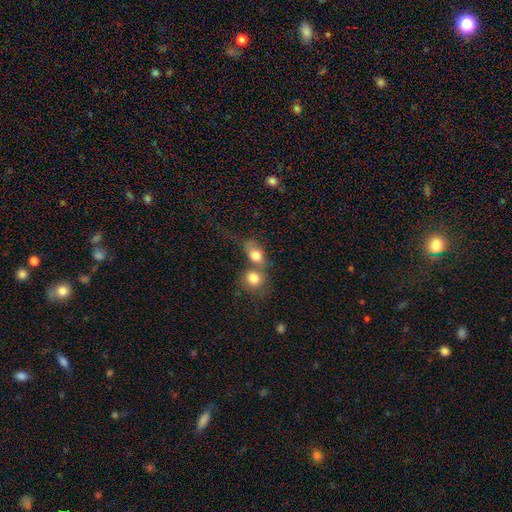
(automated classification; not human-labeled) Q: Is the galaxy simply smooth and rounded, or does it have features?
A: smooth — 79%.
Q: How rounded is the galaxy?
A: in between — 50%.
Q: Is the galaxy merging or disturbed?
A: merger — 62%.